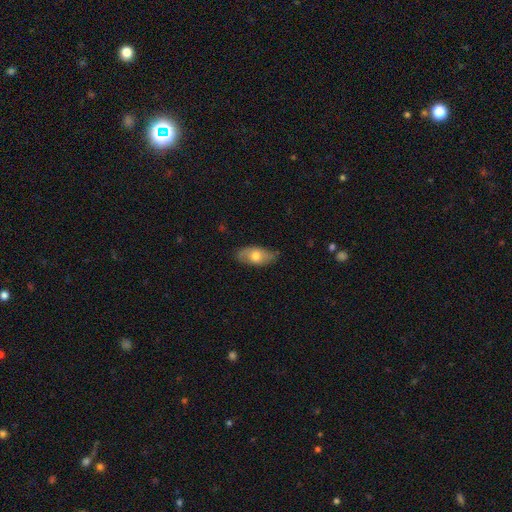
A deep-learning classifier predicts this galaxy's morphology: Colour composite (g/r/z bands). It shows a smooth galaxy with no disk features (65%) that is in between round and cigar-shaped (90%). Merging: none (77%).